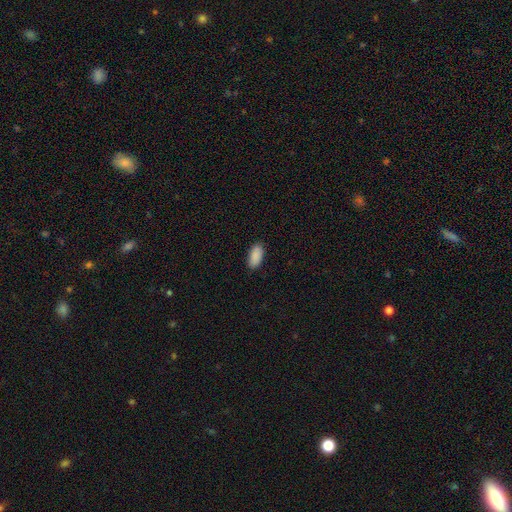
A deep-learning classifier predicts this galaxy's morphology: The model was most divided on "merging": none: 88%, minor disturbance: 9%, major disturbance: 2%, merger: 1%. More confident: how rounded — in between (92%); smooth or featured — smooth (91%).